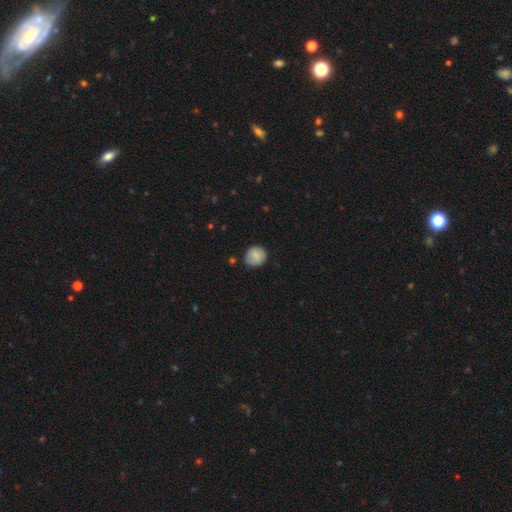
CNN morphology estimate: Smooth or featured? smooth (84%)
How rounded? round (79%)
Merging? none (77%)